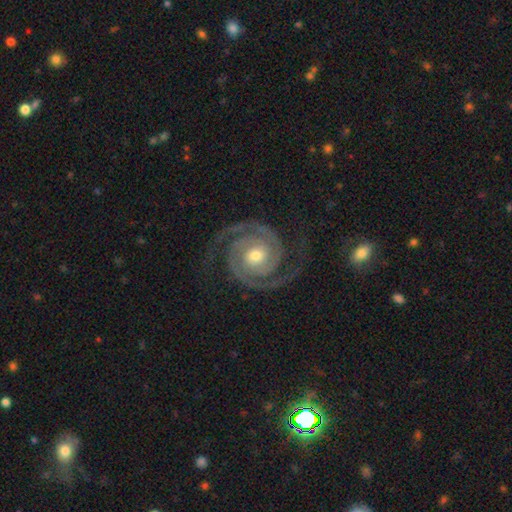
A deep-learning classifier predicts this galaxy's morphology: featured or disk 94%, star or artifact 4%, smooth 2%. Down the decision tree: edge-on disk — no (98%); bar — no (69%); spiral arms — yes (99%); spiral arm count — 2 (94%); spiral winding — tight (67%); bulge size — moderate (60%); merging — none (84%).